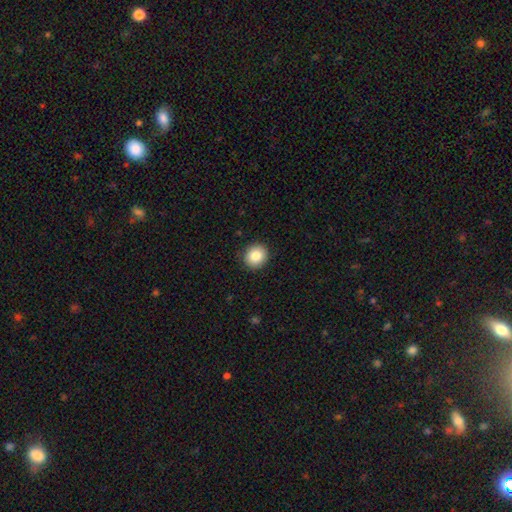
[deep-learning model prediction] A smooth galaxy with no disk features (85%) that is round (83%). Merging: none (91%).